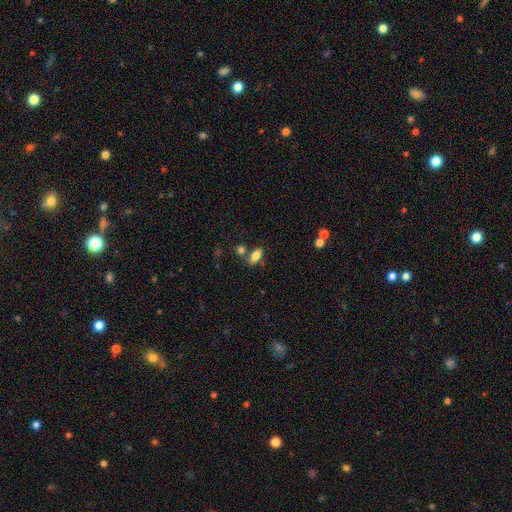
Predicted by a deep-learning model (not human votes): Overall: smooth (74%). How rounded: in between (80%). Merging: none (71%).